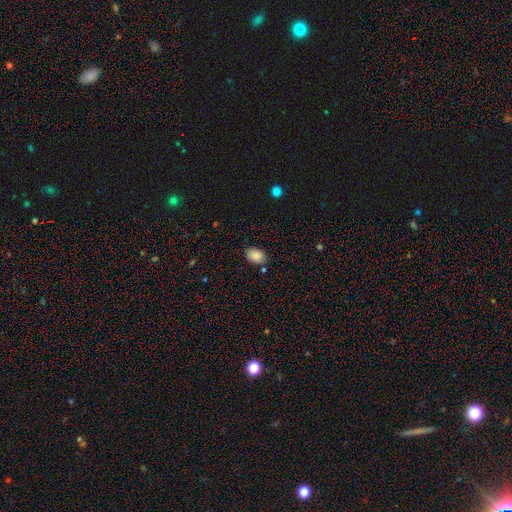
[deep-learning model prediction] smooth 87%, star or artifact 8%, featured or disk 4%. Down the decision tree: how rounded — in between (81%); merging — none (80%).